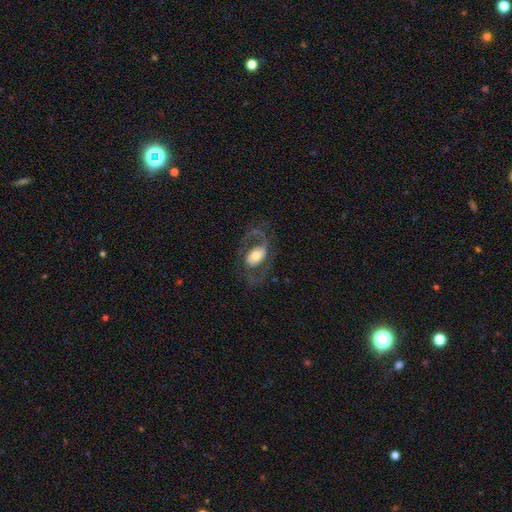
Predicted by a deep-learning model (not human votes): A featured or disk galaxy (75%) with no bar (48%), 2 (84%) medium (50%) spiral arms (86%) and a moderate central bulge (56%). Merging: none (62%).